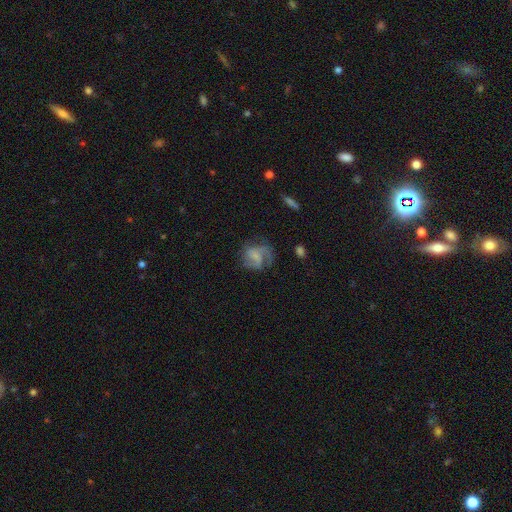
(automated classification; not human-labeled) smooth_or_featured: featured or disk (p=0.64) [alt: smooth p=0.28]
disk_edge_on: no (p=0.98) [alt: yes p=0.02]
bar: no (p=0.52) [alt: weak p=0.39]
has_spiral_arms: yes (p=0.86) [alt: no p=0.14]
spiral_winding: medium (p=0.46) [alt: loose p=0.27]
spiral_arm_count: 2 (p=0.40) [alt: can't tell p=0.20]
bulge_size: small (p=0.39) [alt: none p=0.38]
merging: none (p=0.53) [alt: major disturbance p=0.24]